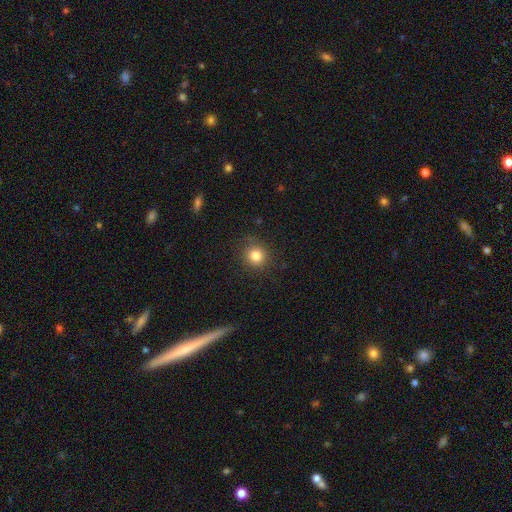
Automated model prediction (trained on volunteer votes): The model was most divided on "smooth or featured": smooth: 82%, star or artifact: 12%, featured or disk: 6%. More confident: how rounded — round (91%); merging — none (86%).